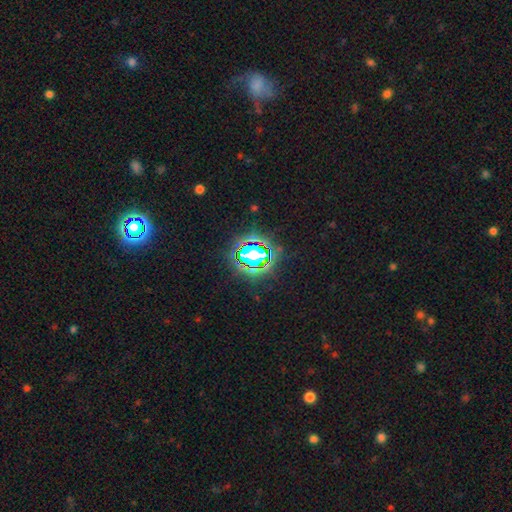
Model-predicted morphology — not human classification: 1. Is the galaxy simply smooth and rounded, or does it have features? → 67% star or artifact, 20% smooth, 13% featured or disk.